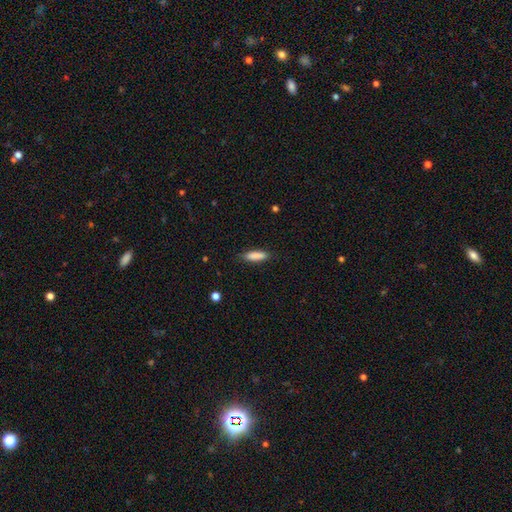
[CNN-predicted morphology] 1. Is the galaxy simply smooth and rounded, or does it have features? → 87% smooth, 7% featured or disk, 7% star or artifact.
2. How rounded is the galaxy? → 60% cigar-shaped, 38% in between, 2% round.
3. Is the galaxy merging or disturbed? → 83% none, 14% minor disturbance, 3% major disturbance, 1% merger.